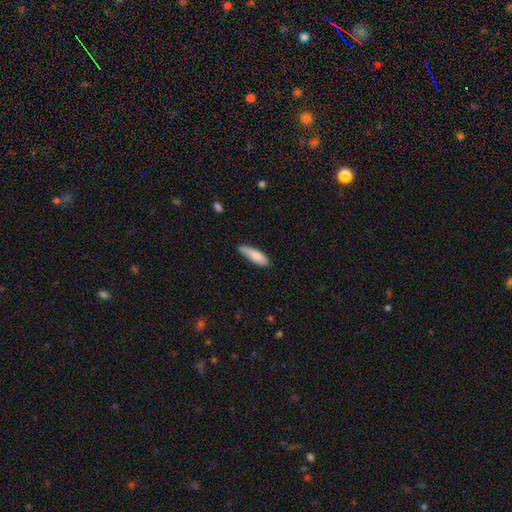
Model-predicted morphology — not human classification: Smooth or featured? smooth (80%)
How rounded? cigar-shaped (60%)
Merging? none (63%)